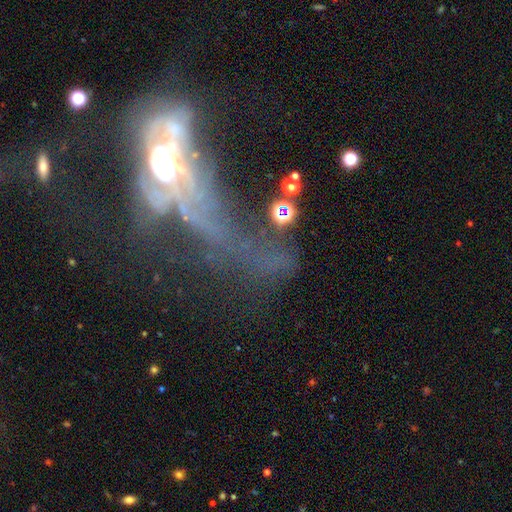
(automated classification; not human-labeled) featured or disk 59%, star or artifact 22%, smooth 19%. Down the decision tree: edge-on disk — no (79%); merging — major disturbance (49%).